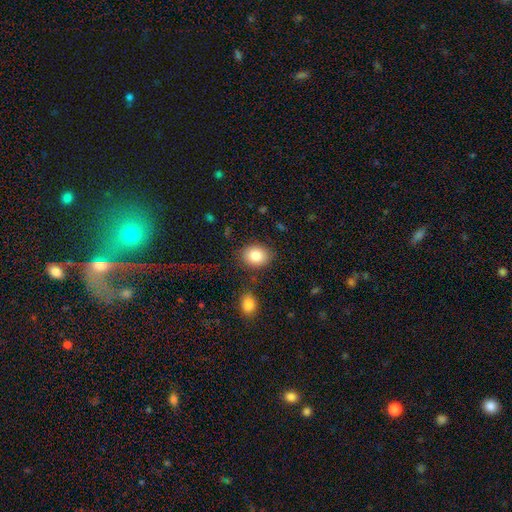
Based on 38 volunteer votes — A smooth galaxy with no disk features (89%) that is in between round and cigar-shaped (56%).

Vote fractions:
- Smooth or featured? smooth: 89% / featured or disk: 5% / star or artifact: 5%
- How rounded? in between: 56% / round: 44% / cigar-shaped: 0%
- Merging? none: 92% / minor disturbance: 6% / major disturbance: 3% / merger: 0%